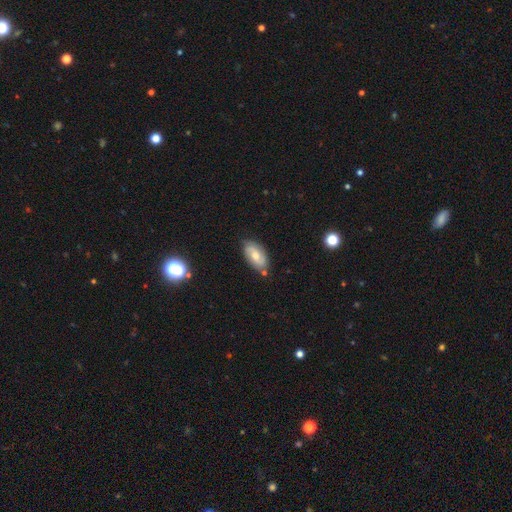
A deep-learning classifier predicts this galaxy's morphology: type=featured or disk (49%); merging=none (77%).